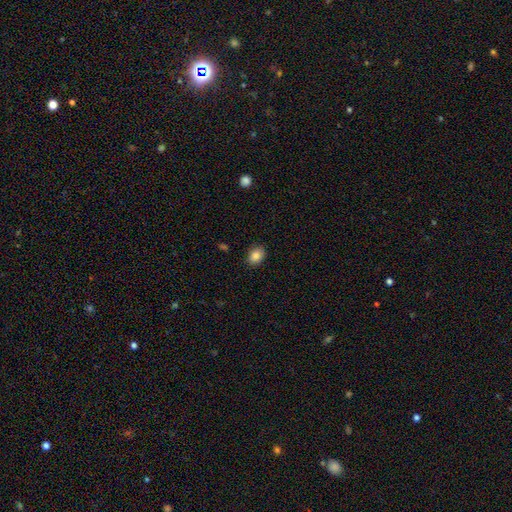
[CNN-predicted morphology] smooth 85%, star or artifact 8%, featured or disk 6%. Down the decision tree: how rounded — in between (71%); merging — none (88%).